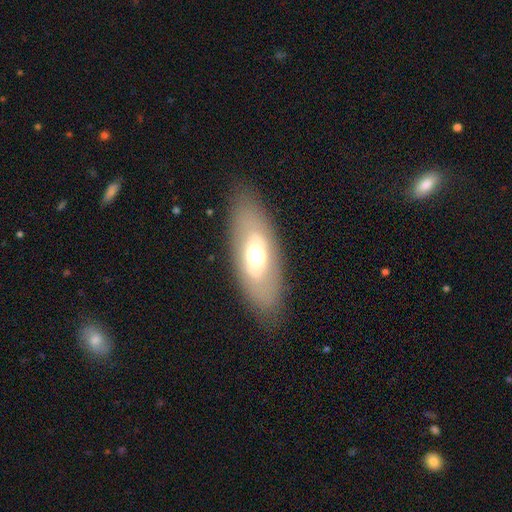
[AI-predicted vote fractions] smooth 53%, featured or disk 39%, star or artifact 9%. Down the decision tree: how rounded — in between (81%); merging — none (83%).